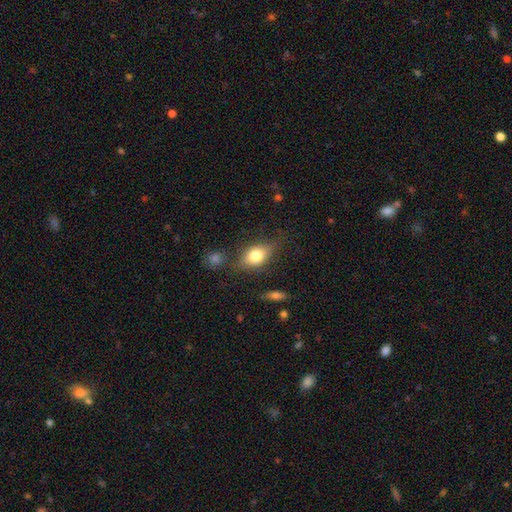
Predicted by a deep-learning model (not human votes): A smooth galaxy with no disk features (73%) that is in between round and cigar-shaped (77%).

Vote fractions:
- Smooth or featured? smooth: 73% / featured or disk: 18% / star or artifact: 8%
- How rounded? in between: 77% / round: 19% / cigar-shaped: 4%
- Merging? none: 66% / minor disturbance: 21% / major disturbance: 8% / merger: 5%